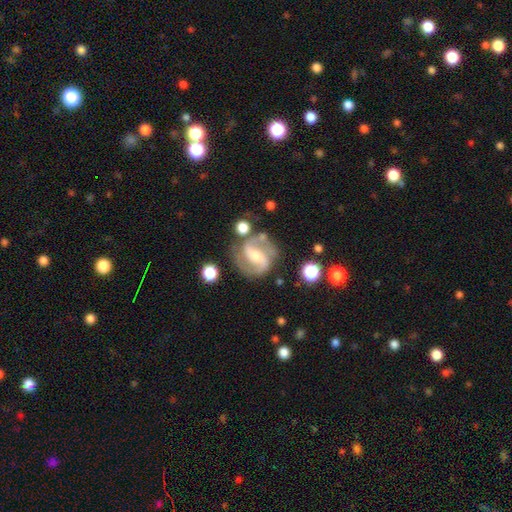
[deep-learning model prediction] This appears to be a featured or disk galaxy (87%) with a strong bar (51%), 2 (91%) medium (57%) spiral arms (96%) and a moderate central bulge (50%). Merging: none (72%).